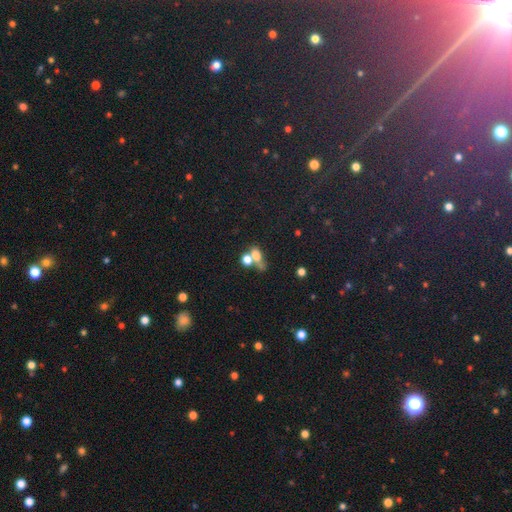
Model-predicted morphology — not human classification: Q: Smooth or featured?
A: smooth (67%); runner-up: star or artifact (17%)
Q: How rounded?
A: in between (59%); runner-up: round (32%)
Q: Merging?
A: merger (51%); runner-up: none (30%)